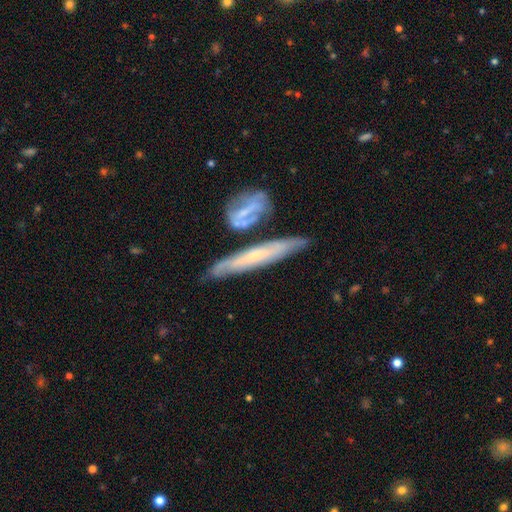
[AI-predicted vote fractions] This is possibly a featured or disk galaxy (59%). It is likely viewed edge-on (64%). Merging: likely none (65%).